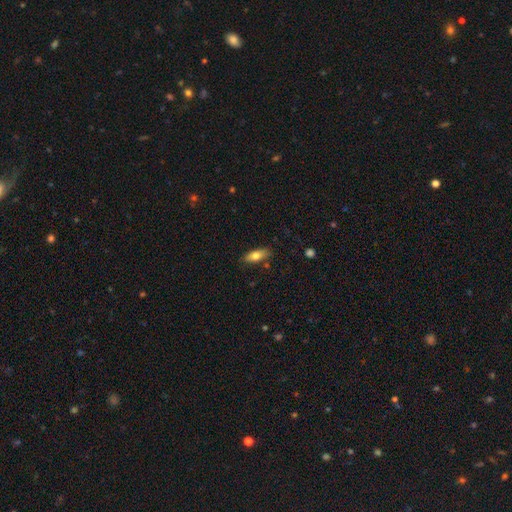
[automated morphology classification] Smooth or featured: smooth — 74% (featured or disk — 19%)
How rounded: in between — 74% (cigar-shaped — 24%)
Merging: none — 81% (minor disturbance — 14%)